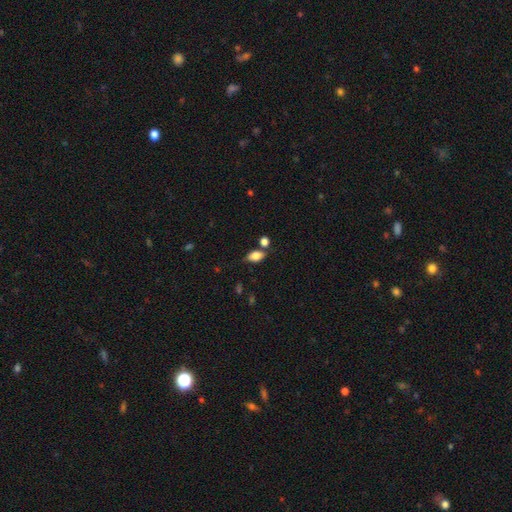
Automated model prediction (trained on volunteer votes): This appears to be a smooth galaxy with no disk features (81%) that is in between round and cigar-shaped (89%). Merging: none (71%).